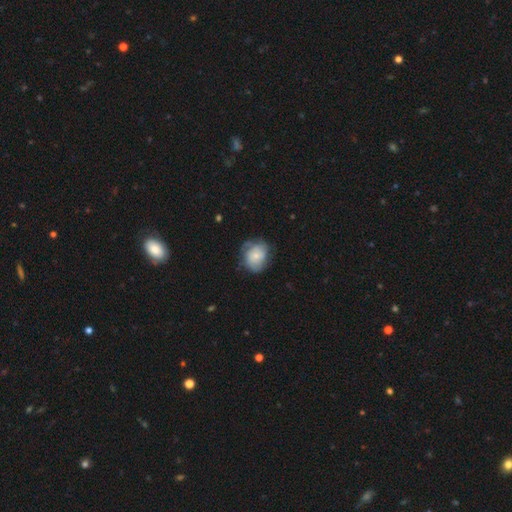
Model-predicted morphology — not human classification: Smooth or featured? Predicted: smooth (p=0.60). How rounded? Predicted: round (p=0.61). Merging? Predicted: none (p=0.55).